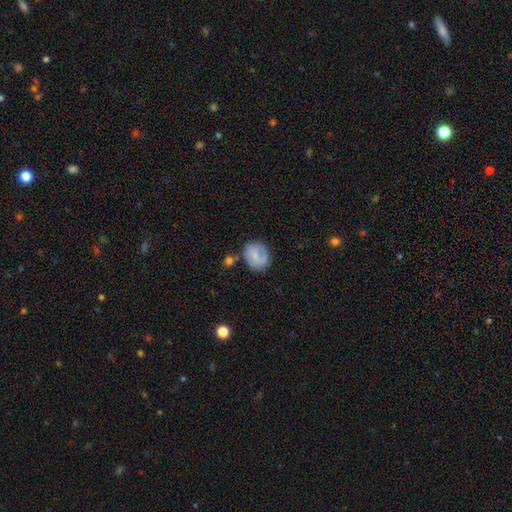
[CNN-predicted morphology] Smooth or featured: smooth — 70% (featured or disk — 22%)
How rounded: round — 66% (in between — 32%)
Merging: none — 64% (minor disturbance — 21%)